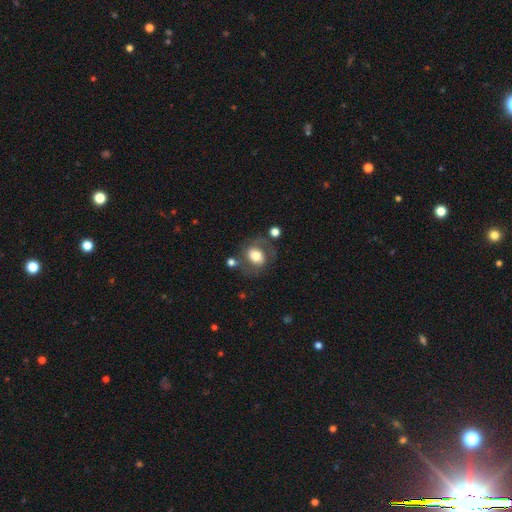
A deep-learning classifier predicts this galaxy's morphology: smooth-or-featured: smooth: 55% | featured or disk: 37% | star or artifact: 8%
  how-rounded: in between: 52% | round: 47% | cigar-shaped: 1%
  merging: none: 59% | minor disturbance: 19% | major disturbance: 15% | merger: 7%